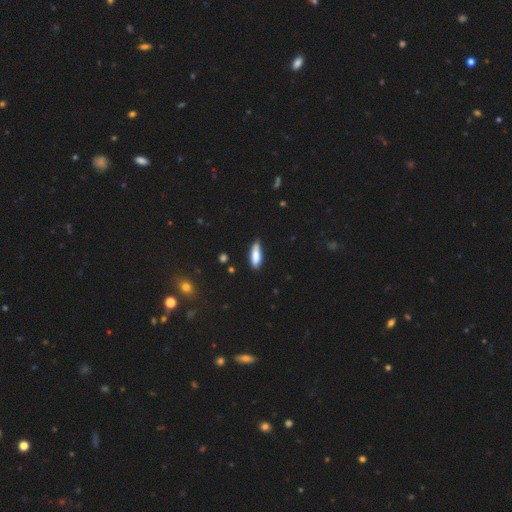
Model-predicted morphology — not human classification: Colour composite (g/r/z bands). It shows a smooth galaxy with no disk features (82%) that is in between round and cigar-shaped (54%). Merging: none (69%).